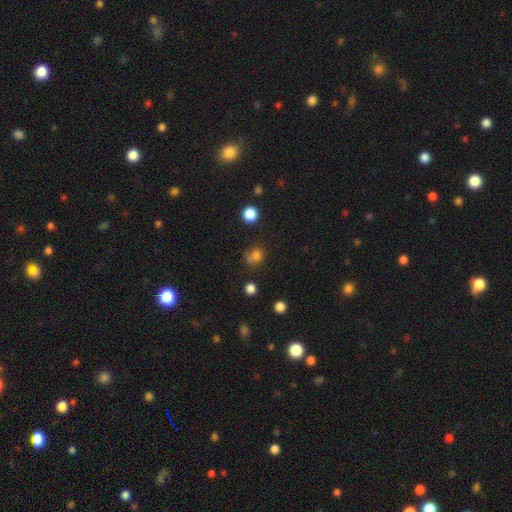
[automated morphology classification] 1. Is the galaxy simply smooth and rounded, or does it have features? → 74% smooth, 18% star or artifact, 8% featured or disk.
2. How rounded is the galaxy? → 72% round, 27% in between, 1% cigar-shaped.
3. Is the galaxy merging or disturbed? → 53% none, 21% merger, 18% minor disturbance, 9% major disturbance.